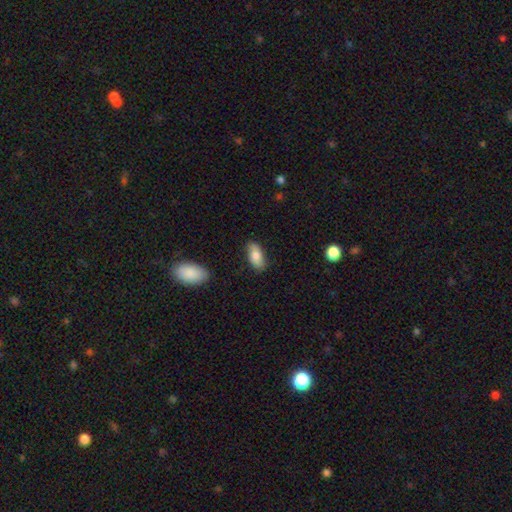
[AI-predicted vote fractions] Overall: smooth (78%). How rounded: in between (90%). Merging: none (81%).